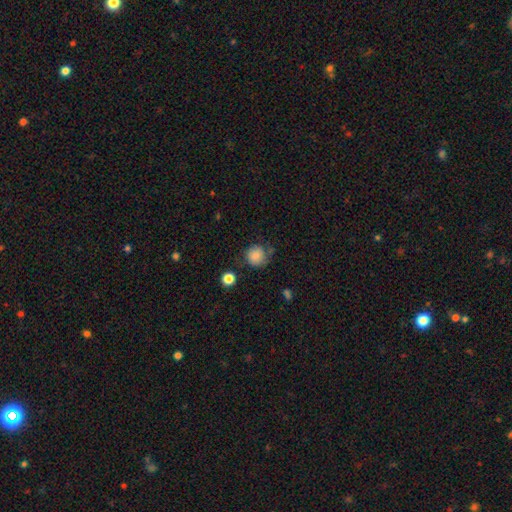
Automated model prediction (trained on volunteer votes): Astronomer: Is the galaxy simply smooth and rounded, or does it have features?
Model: smooth — 81%.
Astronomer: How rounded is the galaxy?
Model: round — 88%.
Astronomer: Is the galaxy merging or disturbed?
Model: none — 63%.